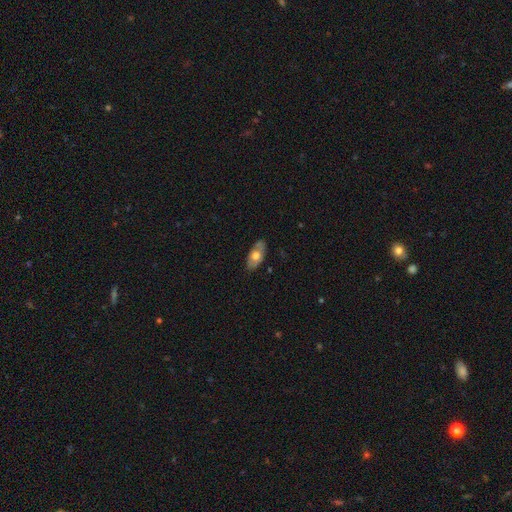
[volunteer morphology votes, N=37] Smooth or featured? 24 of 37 (65%) said smooth. How rounded? 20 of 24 (83%) said in between. Merging? 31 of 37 (84%) said none.